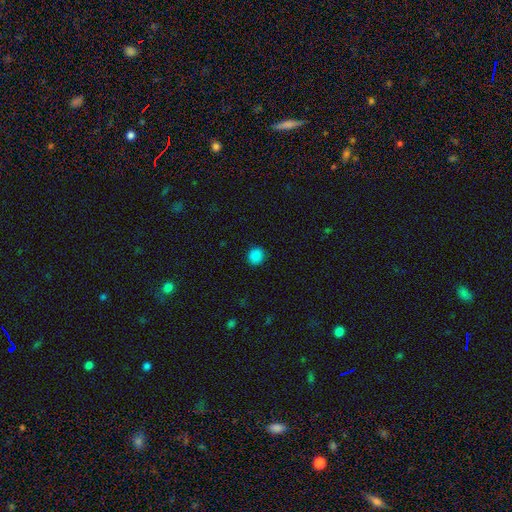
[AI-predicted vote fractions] Smooth or featured: smooth — 87% (star or artifact — 11%)
How rounded: round — 89% (in between — 10%)
Merging: none — 91% (minor disturbance — 6%)